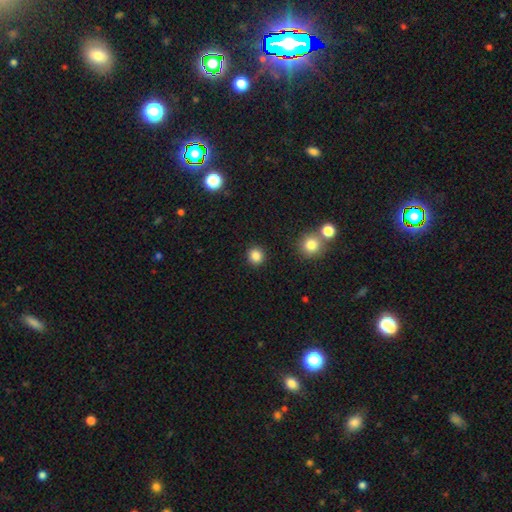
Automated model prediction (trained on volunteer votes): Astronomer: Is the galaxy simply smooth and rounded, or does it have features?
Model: smooth — 86%.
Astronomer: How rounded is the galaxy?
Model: round — 90%.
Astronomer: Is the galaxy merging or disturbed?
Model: none — 91%.